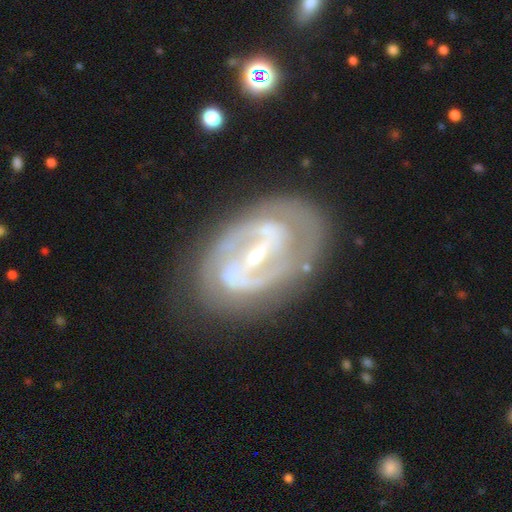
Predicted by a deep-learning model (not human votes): Morphology: type=featured or disk (87%); edge-on=no (96%); bar=strong (63%); spiral arms=yes (88%); winding=tight (47%); arm count=2 (74%); bulge=small (66%); merging=none (74%).